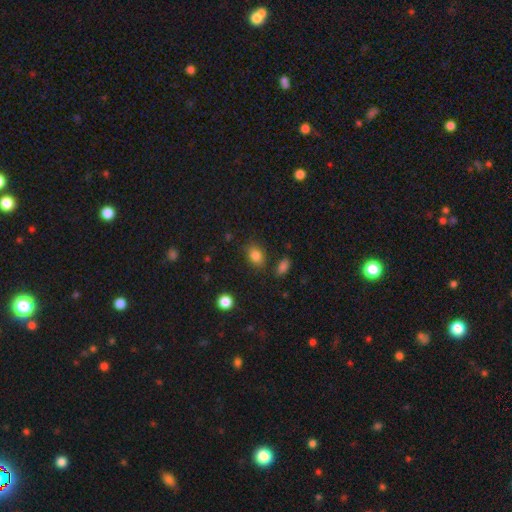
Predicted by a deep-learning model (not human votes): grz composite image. It shows a smooth galaxy with no disk features (83%) that is in between round and cigar-shaped (70%). Merging: none (79%).